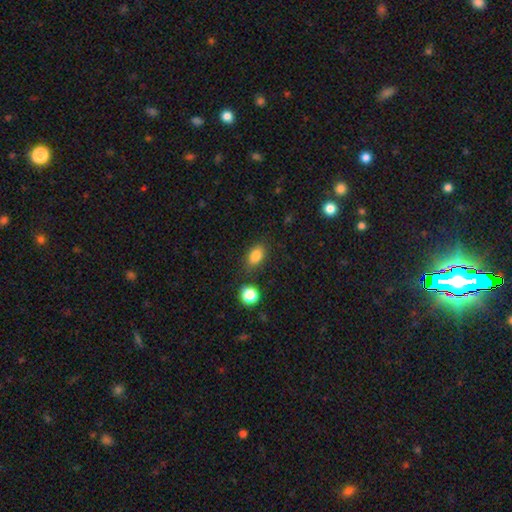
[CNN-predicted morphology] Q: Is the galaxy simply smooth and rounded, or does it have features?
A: smooth — 84%.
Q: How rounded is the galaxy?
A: in between — 82%.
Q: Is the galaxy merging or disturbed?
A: none — 80%.